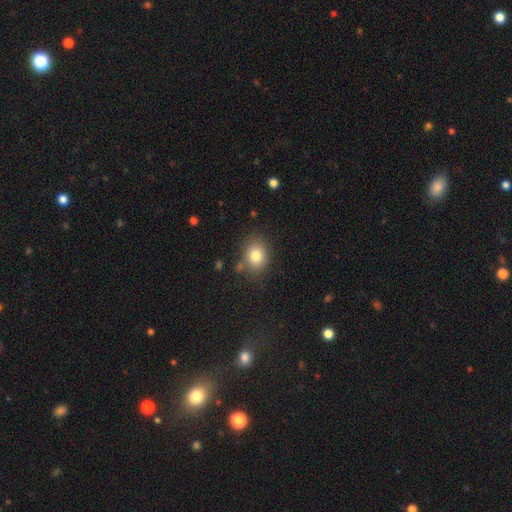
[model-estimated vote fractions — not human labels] Overall: smooth (80%). How rounded: round (50%; in between 49%). Merging: none (79%).